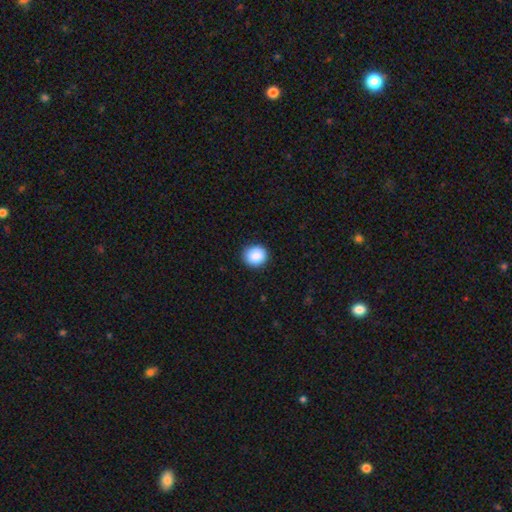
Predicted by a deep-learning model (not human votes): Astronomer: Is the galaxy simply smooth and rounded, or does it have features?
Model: smooth — 88%.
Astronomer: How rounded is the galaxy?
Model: round — 85%.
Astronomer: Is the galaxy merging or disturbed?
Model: none — 89%.